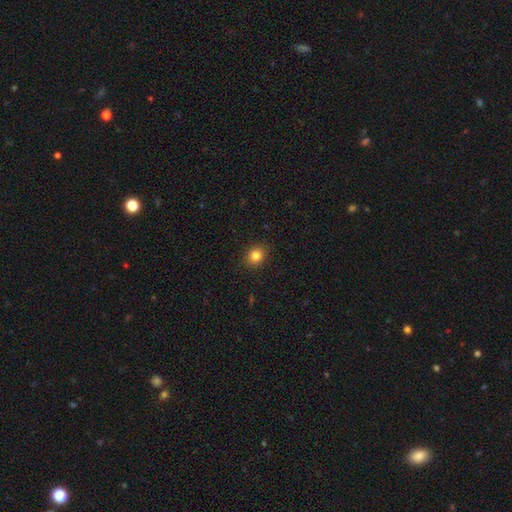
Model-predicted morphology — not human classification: A smooth galaxy with no disk features (82%) that is round (65%).

Vote fractions:
- Smooth or featured? smooth: 82% / star or artifact: 12% / featured or disk: 6%
- How rounded? round: 65% / in between: 34% / cigar-shaped: 1%
- Merging? none: 90% / minor disturbance: 7% / major disturbance: 2% / merger: 1%